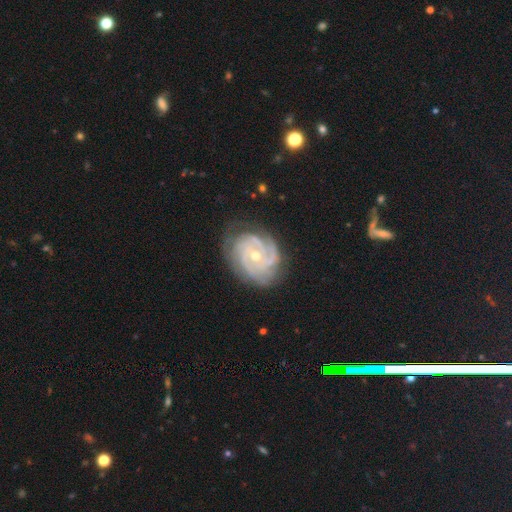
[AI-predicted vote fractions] Overall: featured or disk (89%). Edge-on disk: no (98%). Bar: no (68%). Spiral arms: yes (98%). Spiral arm count: 3 (34%; can't tell 19%). Spiral winding: tight (76%). Bulge size: small (49%; moderate 48%). Merging: none (75%).